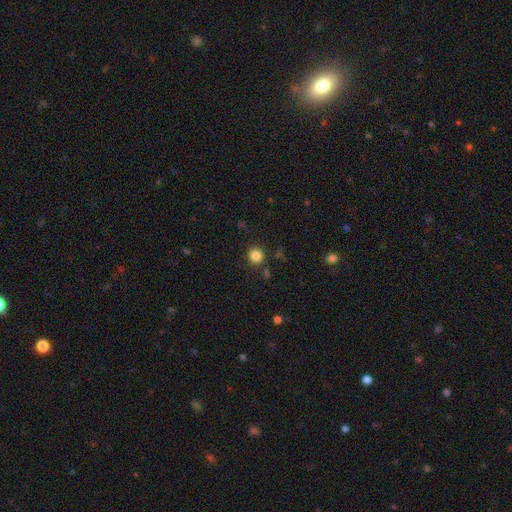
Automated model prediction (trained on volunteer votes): Smooth or featured? smooth (85%)
How rounded? round (93%)
Merging? none (88%)